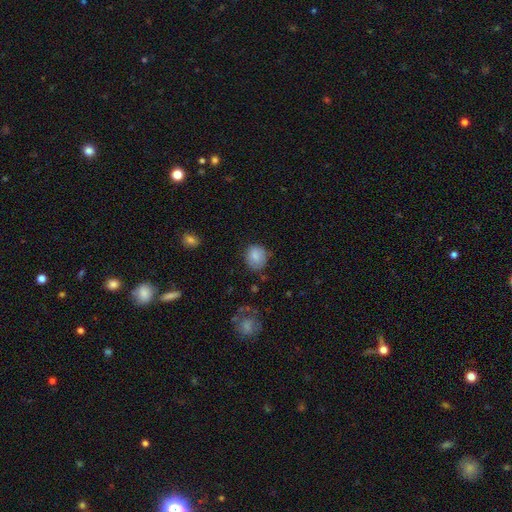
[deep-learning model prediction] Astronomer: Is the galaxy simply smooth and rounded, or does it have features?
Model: smooth — 83%.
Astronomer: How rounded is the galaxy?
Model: round — 74%.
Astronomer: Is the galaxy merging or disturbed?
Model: none — 71%.